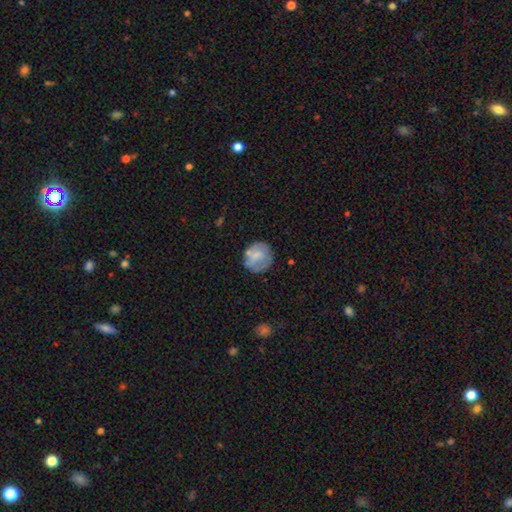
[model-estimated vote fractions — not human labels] Overall: smooth (51%; featured or disk 41%). How rounded: round (81%). Merging: none (62%; minor disturbance 23%).